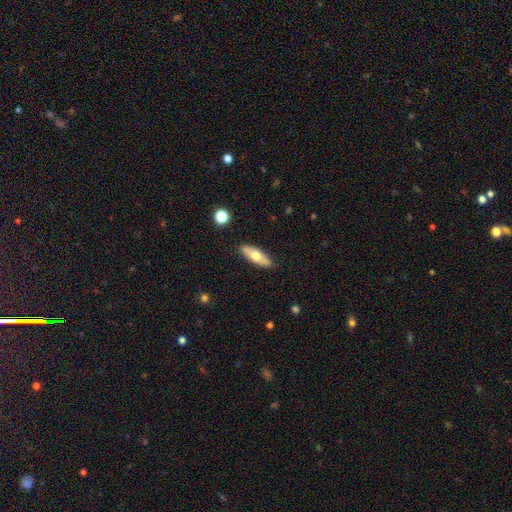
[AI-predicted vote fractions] A smooth galaxy with no disk features (64%) that is in between round and cigar-shaped (59%).

Vote fractions:
- Smooth or featured? smooth: 64% / featured or disk: 30% / star or artifact: 6%
- How rounded? in between: 59% / cigar-shaped: 39% / round: 2%
- Merging? none: 88% / minor disturbance: 9% / major disturbance: 2% / merger: 1%